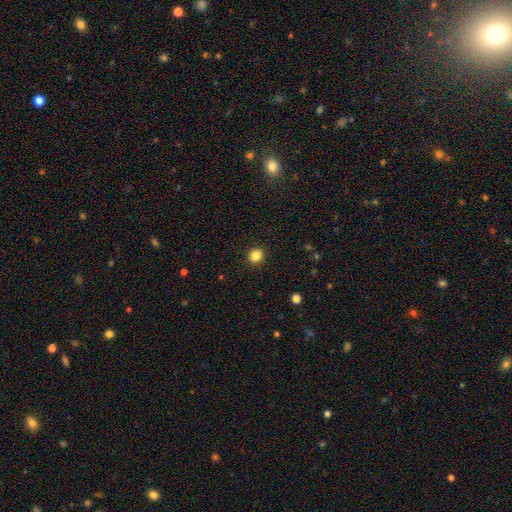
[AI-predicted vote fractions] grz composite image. It shows a smooth galaxy with no disk features (84%) that is round (84%). Merging: none (92%).